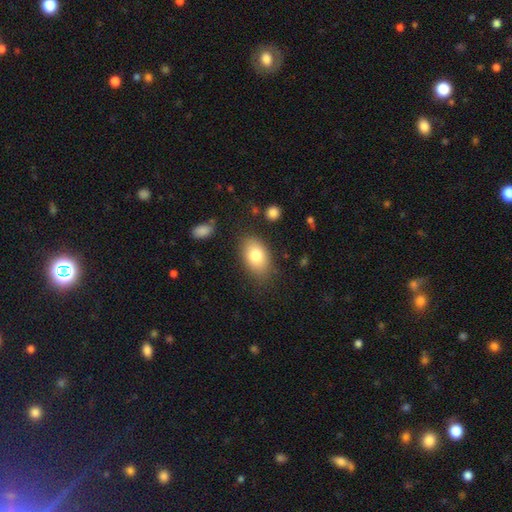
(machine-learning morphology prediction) Overall: smooth (79%). How rounded: in between (88%). Merging: none (79%).